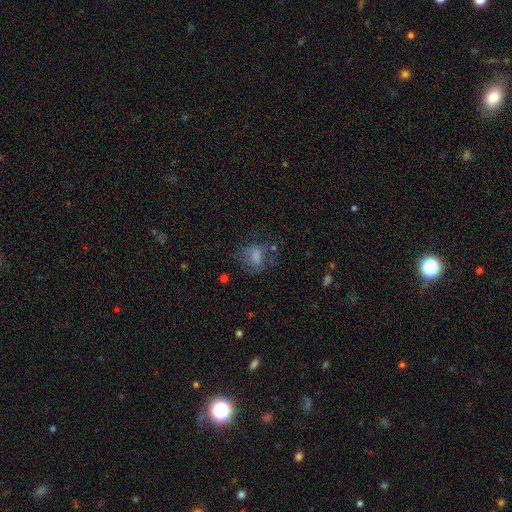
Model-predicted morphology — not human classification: Overall: smooth (62%; featured or disk 24%). How rounded: in between (63%; round 34%). Merging: none (43%; major disturbance 30%).